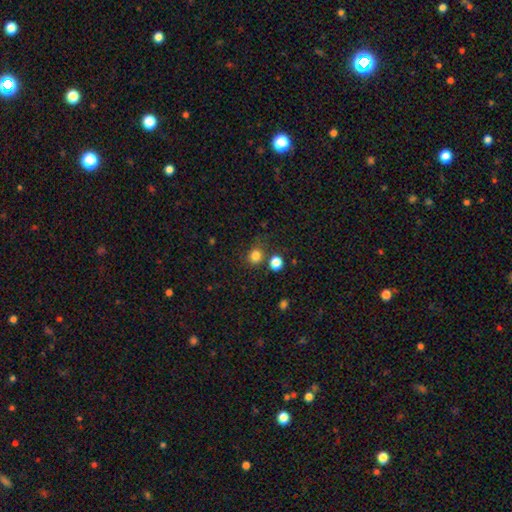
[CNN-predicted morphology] Q: Smooth or featured?
A: smooth (81%); runner-up: star or artifact (14%)
Q: How rounded?
A: round (84%); runner-up: in between (15%)
Q: Merging?
A: none (71%); runner-up: merger (13%)